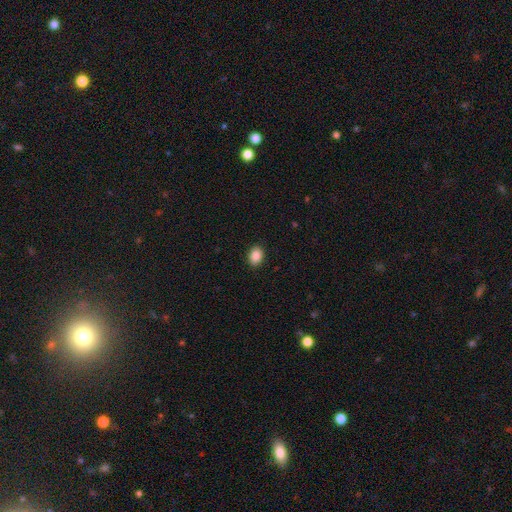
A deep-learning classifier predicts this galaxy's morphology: This is clearly a smooth galaxy (89%). How rounded: likely in between (70%). Merging: clearly none (90%).